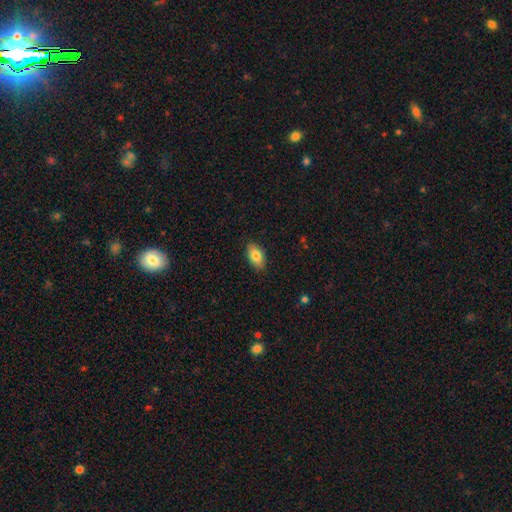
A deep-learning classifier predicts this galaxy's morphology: The model was most divided on "smooth or featured": smooth: 81%, featured or disk: 12%, star or artifact: 7%. More confident: how rounded — in between (91%); merging — none (88%).